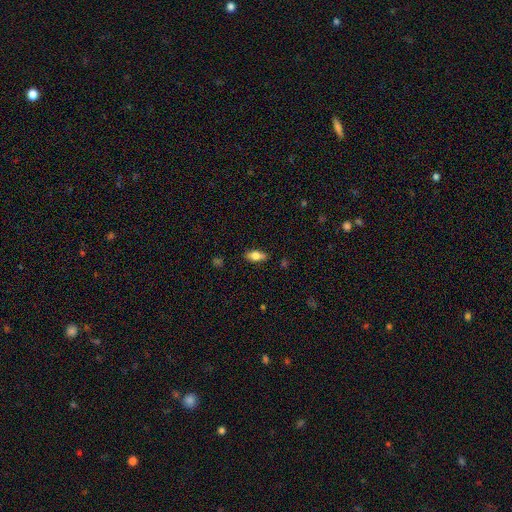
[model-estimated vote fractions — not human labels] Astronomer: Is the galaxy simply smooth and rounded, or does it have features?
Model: smooth — 75%.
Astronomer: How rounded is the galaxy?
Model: in between — 83%.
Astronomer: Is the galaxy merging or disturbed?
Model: none — 84%.